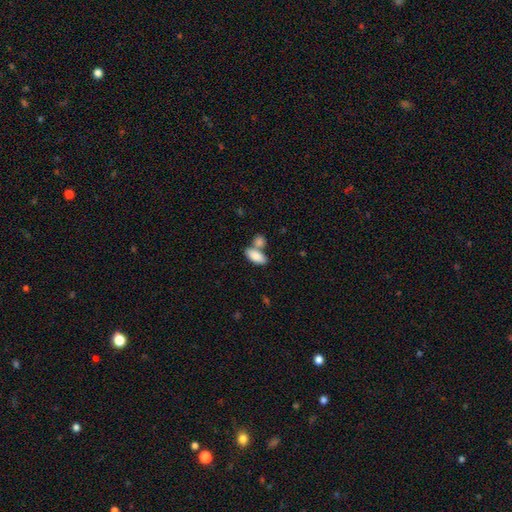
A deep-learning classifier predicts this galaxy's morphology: Smooth or featured? Predicted: smooth (p=0.86). How rounded? Predicted: in between (p=0.88). Merging? Predicted: none (p=0.46).